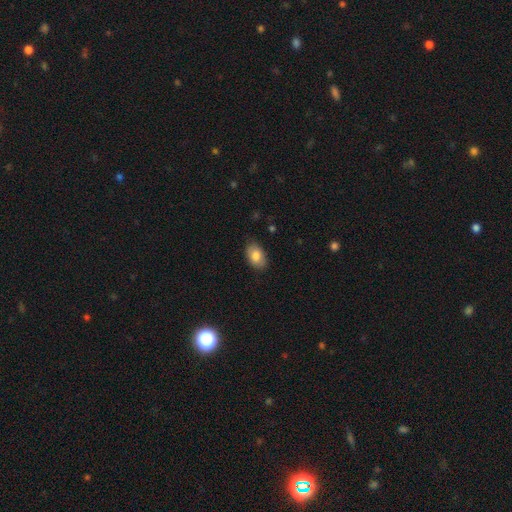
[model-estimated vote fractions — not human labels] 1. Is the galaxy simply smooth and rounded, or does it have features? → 82% smooth, 10% featured or disk, 7% star or artifact.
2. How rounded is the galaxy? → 90% in between, 9% round, 1% cigar-shaped.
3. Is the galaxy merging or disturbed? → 82% none, 14% minor disturbance, 3% major disturbance, 1% merger.